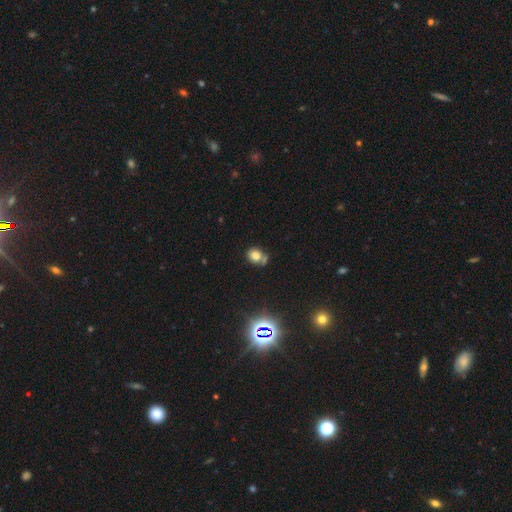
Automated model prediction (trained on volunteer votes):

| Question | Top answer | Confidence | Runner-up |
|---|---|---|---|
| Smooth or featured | smooth | 72% | star or artifact (17%) |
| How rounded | round | 64% | in between (35%) |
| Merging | none | 54% | merger (25%) |